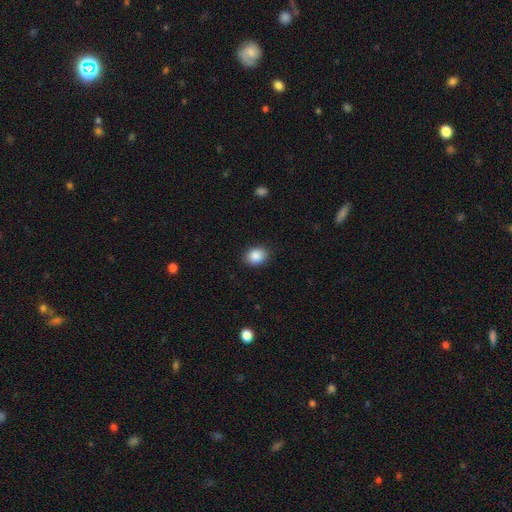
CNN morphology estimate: This appears to be a smooth galaxy with no disk features (88%) that is in between round and cigar-shaped (54%). Merging: none (89%).